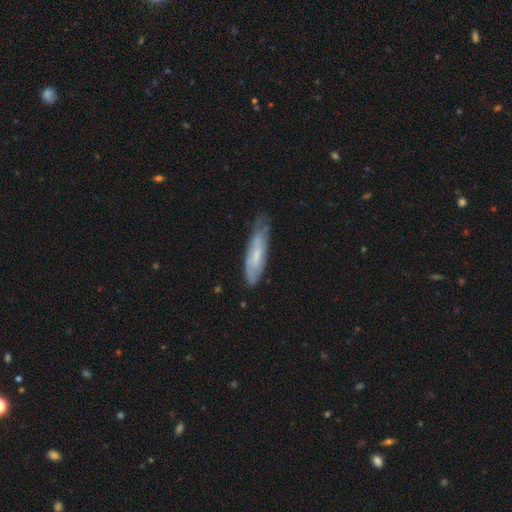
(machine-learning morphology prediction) smooth-or-featured: smooth: 47% | featured or disk: 46% | star or artifact: 7%
  merging: none: 59% | minor disturbance: 31% | major disturbance: 8% | merger: 2%